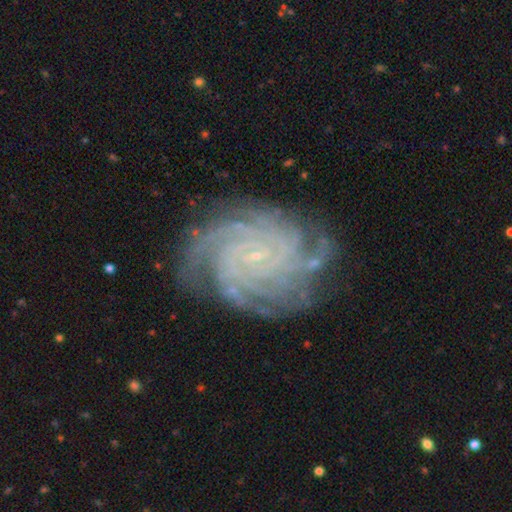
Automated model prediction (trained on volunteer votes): smooth_or_featured: featured or disk (p=0.89) [alt: star or artifact p=0.06]
disk_edge_on: no (p=0.98) [alt: yes p=0.02]
bar: no (p=0.69) [alt: weak p=0.23]
has_spiral_arms: yes (p=0.98) [alt: no p=0.02]
spiral_winding: tight (p=0.81) [alt: medium p=0.16]
spiral_arm_count: more than 4 (p=0.33) [alt: 4 p=0.25]
bulge_size: small (p=0.89) [alt: moderate p=0.05]
merging: none (p=0.78) [alt: minor disturbance p=0.15]